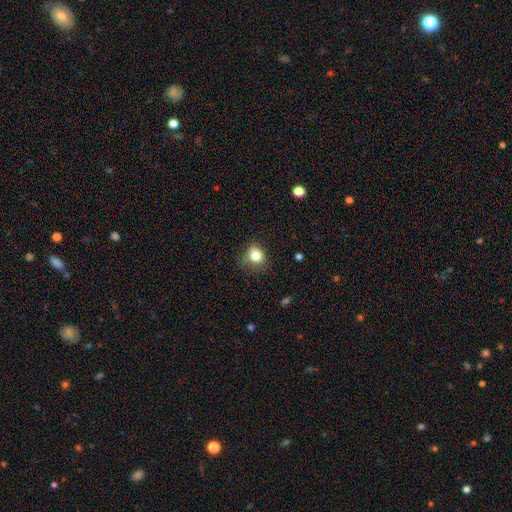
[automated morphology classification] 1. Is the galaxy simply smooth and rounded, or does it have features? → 79% smooth, 11% star or artifact, 10% featured or disk.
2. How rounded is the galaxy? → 64% round, 35% in between, 1% cigar-shaped.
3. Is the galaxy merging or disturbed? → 56% none, 29% minor disturbance, 13% major disturbance, 2% merger.